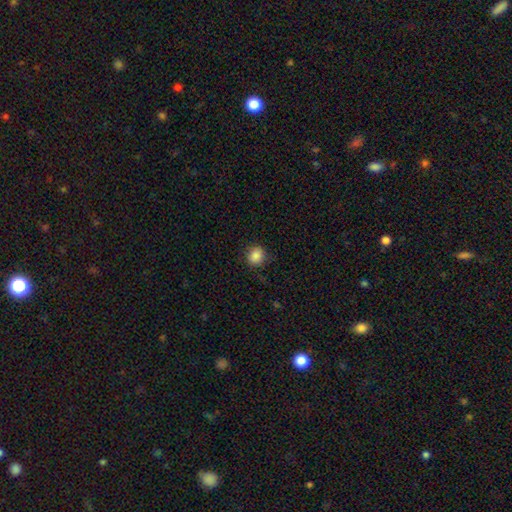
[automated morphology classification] smooth-or-featured: smooth: 87% | star or artifact: 10% | featured or disk: 4%
  how-rounded: round: 81% | in between: 18% | cigar-shaped: 1%
  merging: none: 84% | minor disturbance: 12% | major disturbance: 3% | merger: 1%